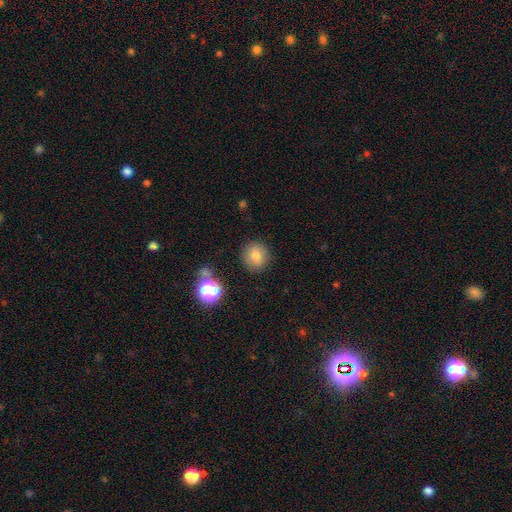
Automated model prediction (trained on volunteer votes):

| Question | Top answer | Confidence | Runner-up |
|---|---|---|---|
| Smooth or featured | smooth | 77% | star or artifact (12%) |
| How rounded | round | 89% | in between (10%) |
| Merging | none | 87% | minor disturbance (8%) |